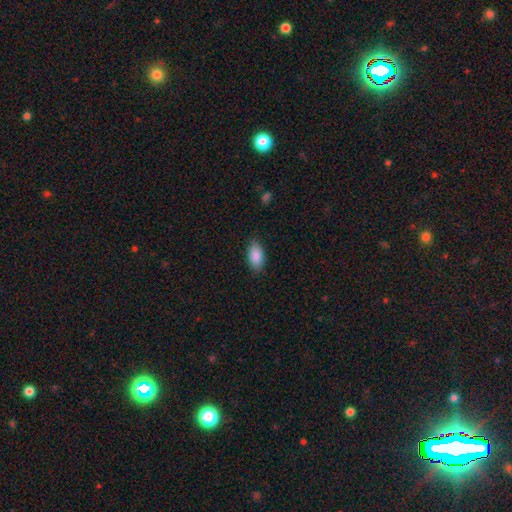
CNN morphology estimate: This appears to be a smooth galaxy with no disk features (89%) that is in between round and cigar-shaped (92%). Merging: none (84%).